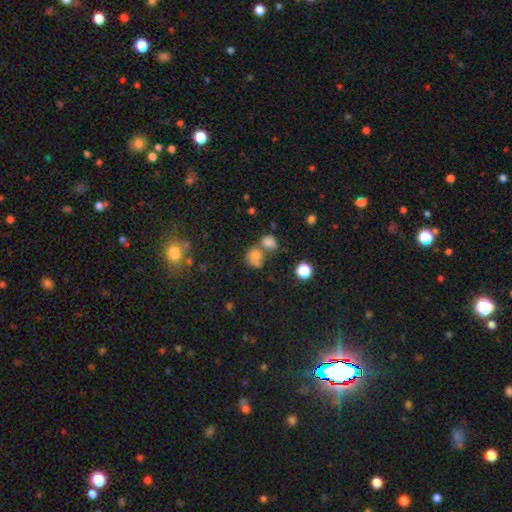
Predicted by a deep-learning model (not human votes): A smooth galaxy with no disk features (68%) that is round (70%).

Vote fractions:
- Smooth or featured? smooth: 68% / star or artifact: 19% / featured or disk: 13%
- How rounded? round: 70% / in between: 29% / cigar-shaped: 1%
- Merging? none: 42% / merger: 40% / minor disturbance: 12% / major disturbance: 6%